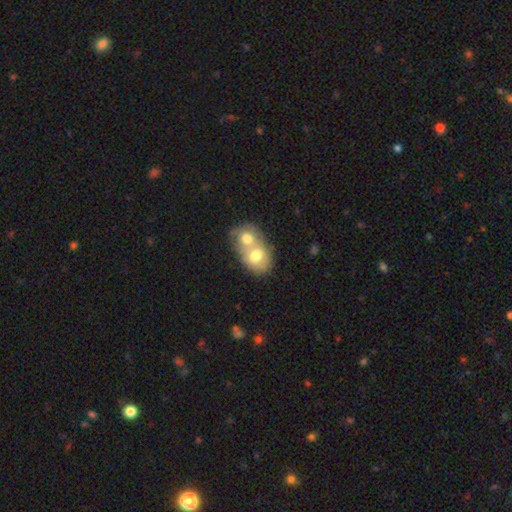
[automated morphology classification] Overall: smooth (63%; featured or disk 29%). How rounded: in between (60%; round 39%). Merging: merger (78%).